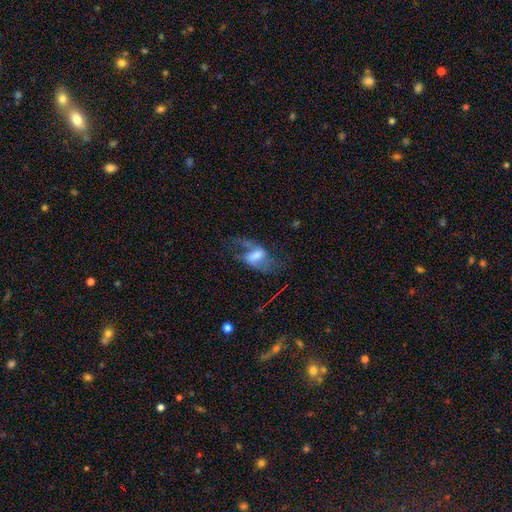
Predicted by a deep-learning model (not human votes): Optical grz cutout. It shows a featured or disk galaxy (65%) with a weak bar (45%), spiral arms (74%) and a moderate central bulge (38%). Merging: none (45%).